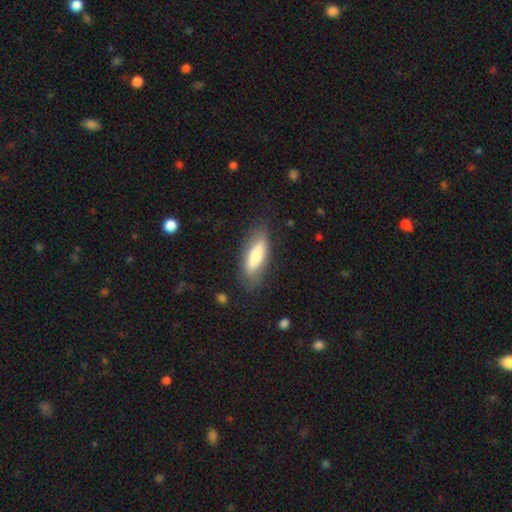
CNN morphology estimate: A smooth galaxy with no disk features (69%) that is in between round and cigar-shaped (61%). Merging: none (77%).